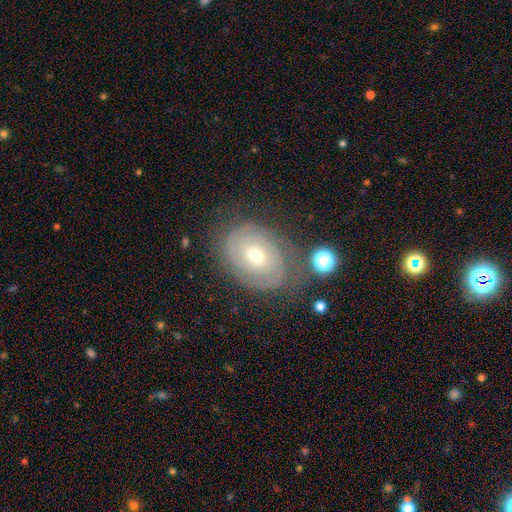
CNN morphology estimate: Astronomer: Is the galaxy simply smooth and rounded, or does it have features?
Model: featured or disk — 80%.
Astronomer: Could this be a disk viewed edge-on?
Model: no — 97%.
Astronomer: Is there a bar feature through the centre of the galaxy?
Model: no — 65%.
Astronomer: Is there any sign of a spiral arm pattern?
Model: yes — 92%.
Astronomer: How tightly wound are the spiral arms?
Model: tight — 75%.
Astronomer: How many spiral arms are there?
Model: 2 — 61%.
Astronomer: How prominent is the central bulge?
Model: moderate — 60% (runner-up: small, 35%).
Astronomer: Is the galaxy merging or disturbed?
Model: none — 74%.